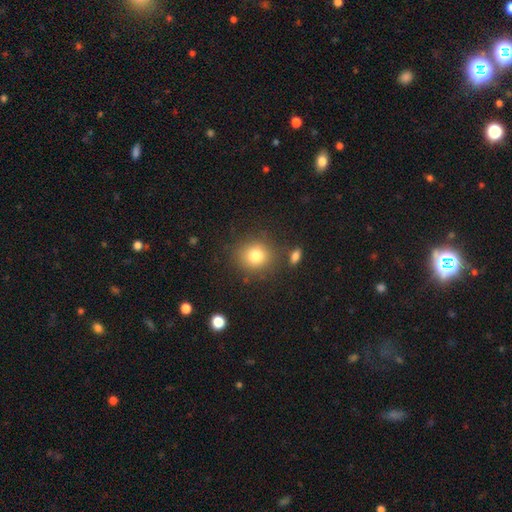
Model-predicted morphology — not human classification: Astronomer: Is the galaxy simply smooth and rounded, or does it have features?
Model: smooth — 80%.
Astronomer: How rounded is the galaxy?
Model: round — 82%.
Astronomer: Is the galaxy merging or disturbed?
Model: none — 82%.